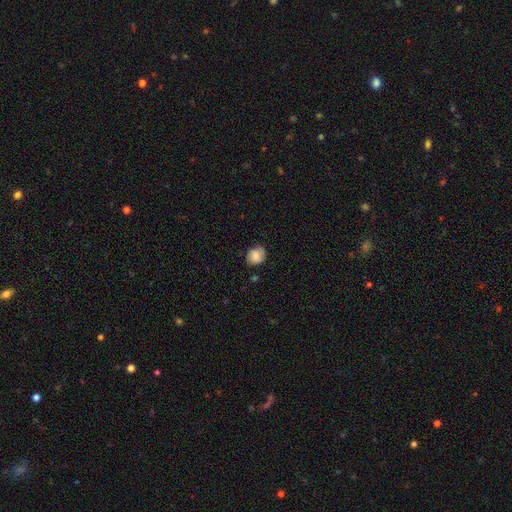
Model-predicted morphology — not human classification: A smooth galaxy with no disk features (61%) that is round (64%). Merging: none (70%).